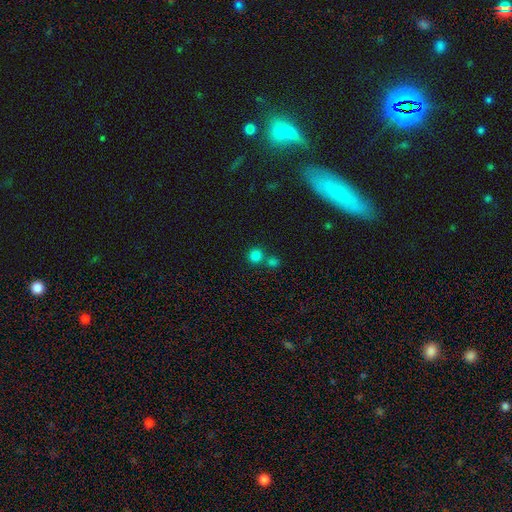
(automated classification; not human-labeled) smooth_or_featured: smooth (p=0.81) [alt: star or artifact p=0.14]
how_rounded: round (p=0.92) [alt: in between p=0.07]
merging: none (p=0.64) [alt: merger p=0.27]